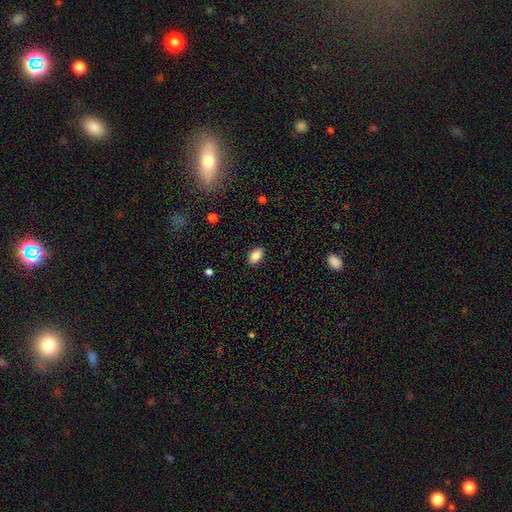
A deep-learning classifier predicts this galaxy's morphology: smooth_or_featured: smooth (p=0.87) [alt: star or artifact p=0.08]
how_rounded: in between (p=0.87) [alt: round p=0.12]
merging: none (p=0.88) [alt: minor disturbance p=0.09]